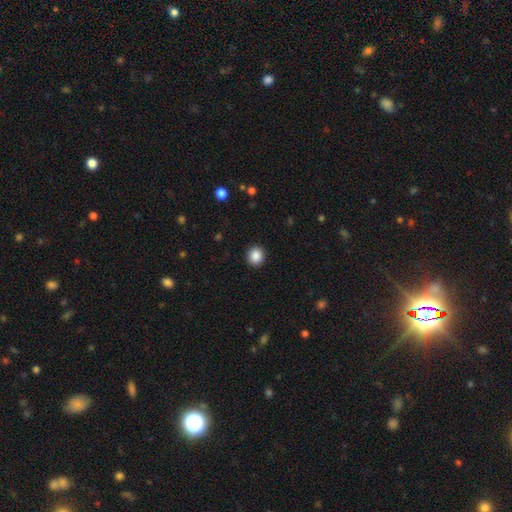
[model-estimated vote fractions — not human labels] The model was most divided on "how rounded": round: 85%, in between: 14%, cigar-shaped: 1%. More confident: merging — none (92%); smooth or featured — smooth (88%).